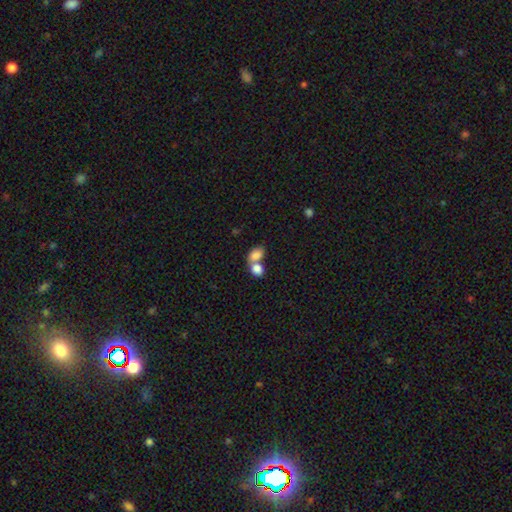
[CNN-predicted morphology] Smooth or featured: smooth — 82% (featured or disk — 10%)
How rounded: in between — 74% (round — 25%)
Merging: merger — 66% (none — 23%)